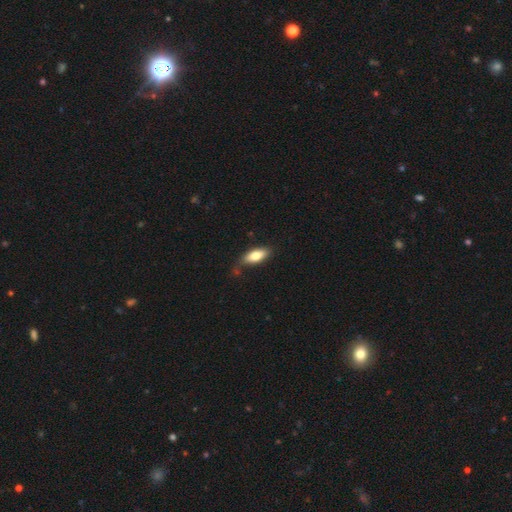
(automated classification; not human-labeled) Morphology: type=smooth (79%); roundness=in between (82%); merging=none (68%).